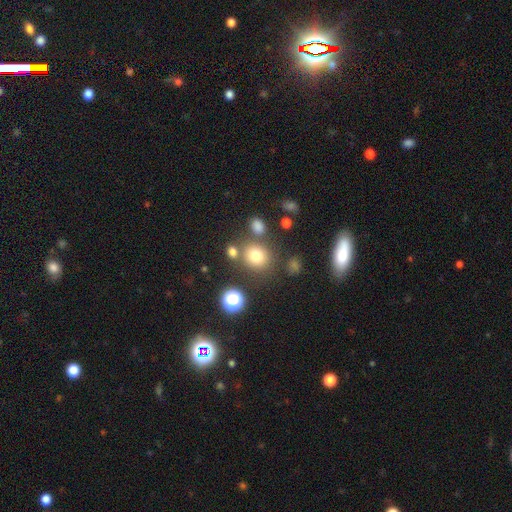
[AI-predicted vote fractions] This appears to be a smooth galaxy with no disk features (74%) that is round (81%). Merging: none (71%).